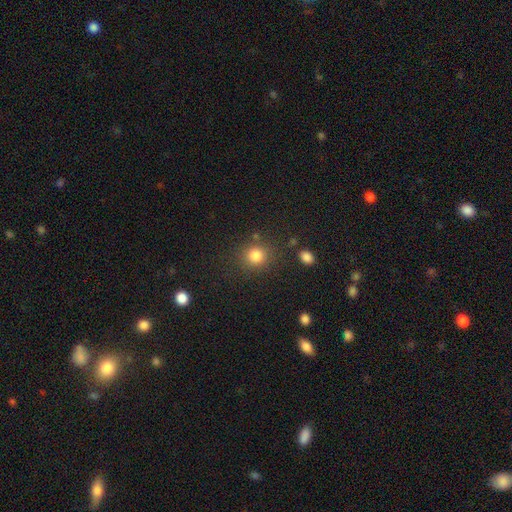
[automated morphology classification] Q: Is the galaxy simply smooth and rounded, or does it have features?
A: smooth — 82%.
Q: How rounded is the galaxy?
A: round — 87%.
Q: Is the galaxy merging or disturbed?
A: none — 82%.